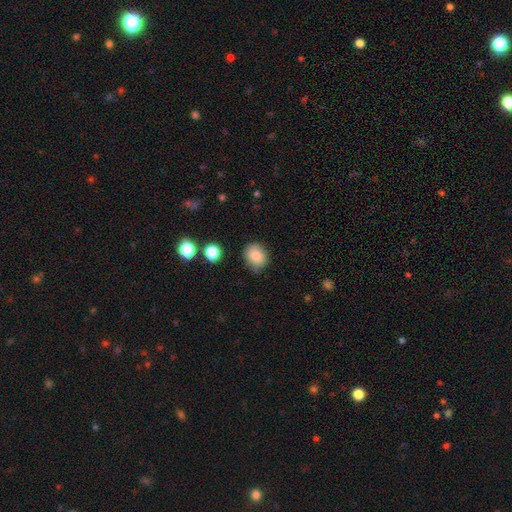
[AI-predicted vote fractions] smooth_or_featured: smooth (p=0.83) [alt: star or artifact p=0.10]
how_rounded: round (p=0.68) [alt: in between p=0.31]
merging: none (p=0.78) [alt: minor disturbance p=0.16]